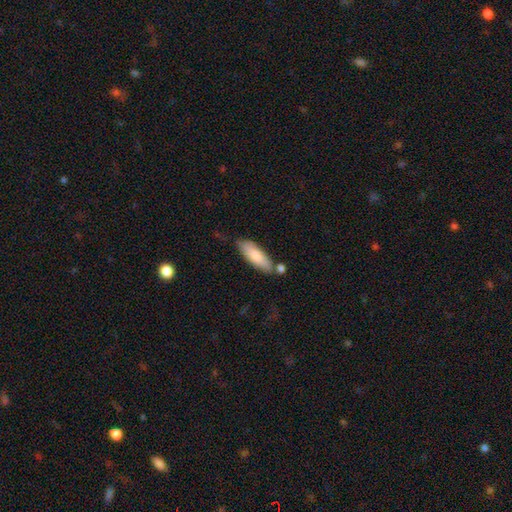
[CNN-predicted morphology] Smooth or featured?
  - smooth: 80% *
  - featured or disk: 14%
  - star or artifact: 6%
How rounded?
  - in between: 58% *
  - cigar-shaped: 41%
  - round: 2%
Merging?
  - none: 67% *
  - minor disturbance: 19%
  - merger: 10%
  - major disturbance: 4%